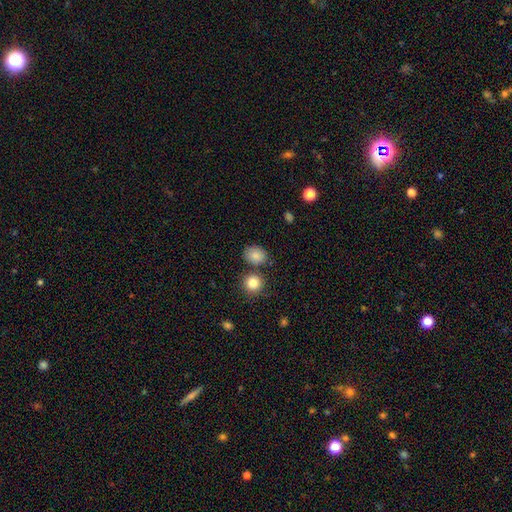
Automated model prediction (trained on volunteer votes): This appears to be a smooth galaxy with no disk features (84%) that is in between round and cigar-shaped (53%). Merging: none (74%).